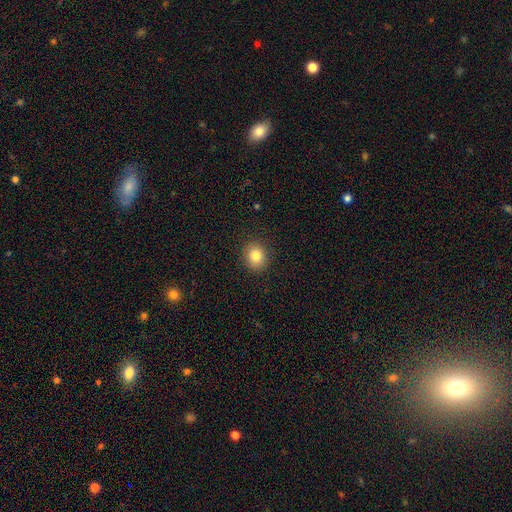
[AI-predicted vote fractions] smooth-or-featured: smooth: 82% | star or artifact: 10% | featured or disk: 8%
  how-rounded: round: 72% | in between: 27% | cigar-shaped: 1%
  merging: none: 90% | minor disturbance: 7% | major disturbance: 2% | merger: 1%